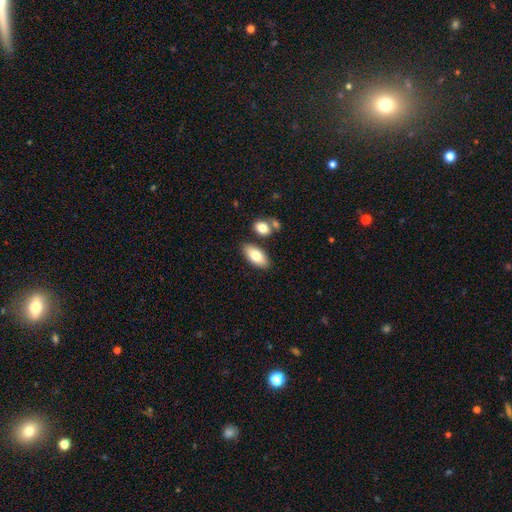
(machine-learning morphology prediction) Smooth or featured? Predicted: smooth (p=0.79). How rounded? Predicted: in between (p=0.90). Merging? Predicted: none (p=0.79).